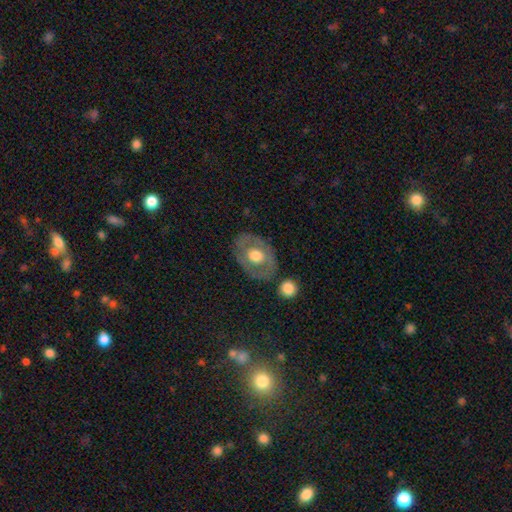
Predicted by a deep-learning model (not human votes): Overall: featured or disk (49%; smooth 45%). Merging: none (77%).